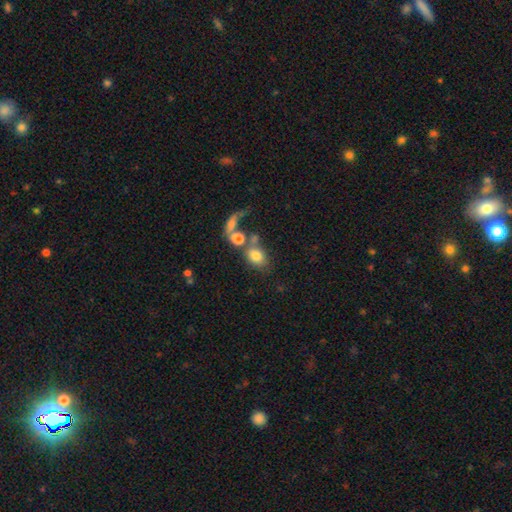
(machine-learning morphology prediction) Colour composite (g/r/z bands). It shows a smooth galaxy with no disk features (74%) that is in between round and cigar-shaped (68%). Merging: merger (41%).